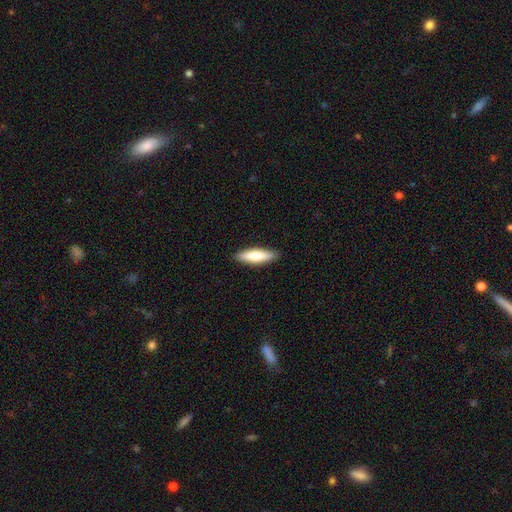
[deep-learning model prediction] Overall: smooth (68%). How rounded: cigar-shaped (63%; in between 35%). Merging: none (90%).